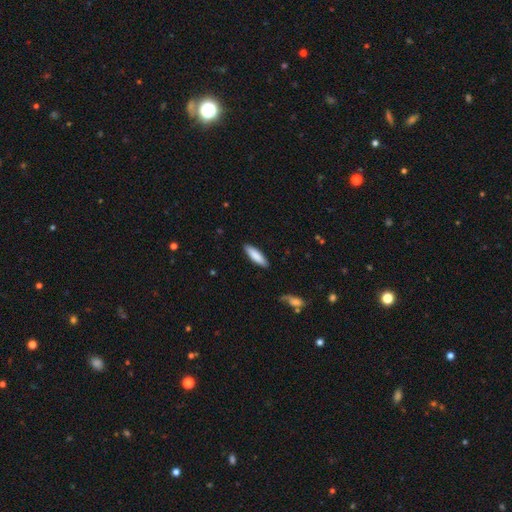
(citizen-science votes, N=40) smooth_or_featured: smooth (p=0.93) [alt: featured or disk p=0.05]
how_rounded: cigar-shaped (p=0.54) [alt: in between p=0.46]
merging: none (p=0.90) [alt: minor disturbance p=0.10]